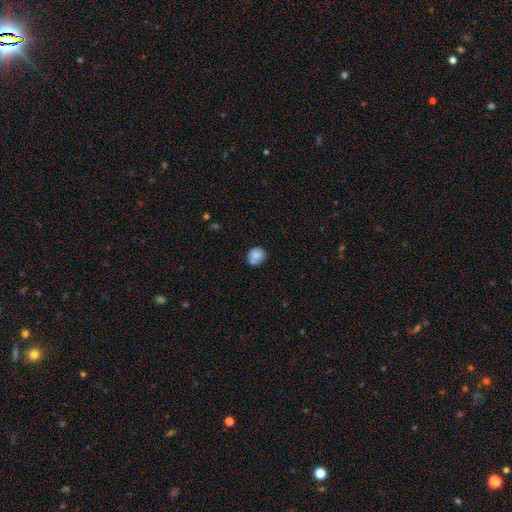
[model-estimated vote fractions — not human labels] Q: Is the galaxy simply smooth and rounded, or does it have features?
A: smooth — 81%.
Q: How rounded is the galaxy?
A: round — 76%.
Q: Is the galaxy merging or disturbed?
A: none — 60%.